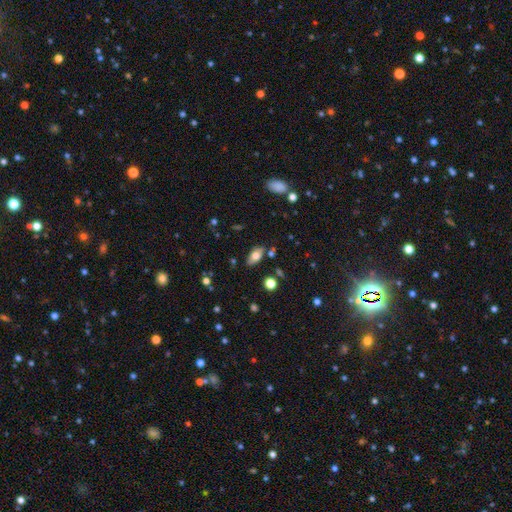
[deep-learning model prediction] Smooth or featured? smooth (72%)
How rounded? in between (90%)
Merging? none (80%)